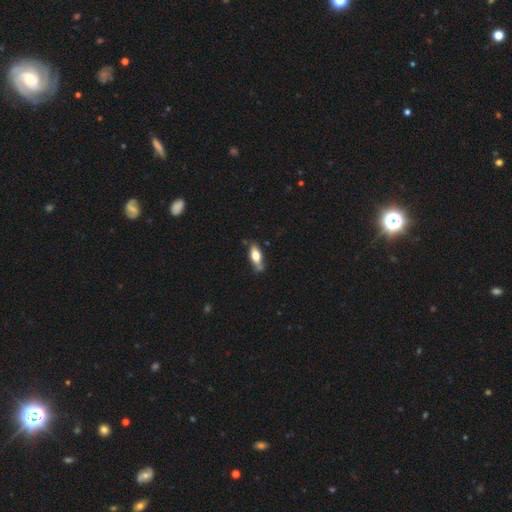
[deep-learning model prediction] Smooth or featured: smooth — 62% (featured or disk — 32%)
How rounded: in between — 74% (cigar-shaped — 23%)
Merging: none — 68% (minor disturbance — 22%)